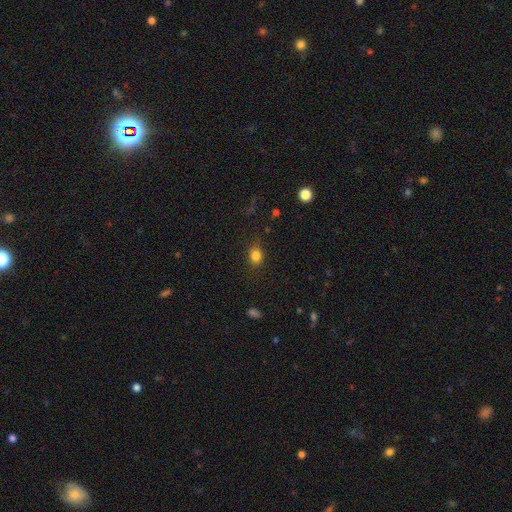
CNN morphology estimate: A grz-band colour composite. It shows a smooth galaxy with no disk features (83%) that is round (50%). Merging: none (75%).